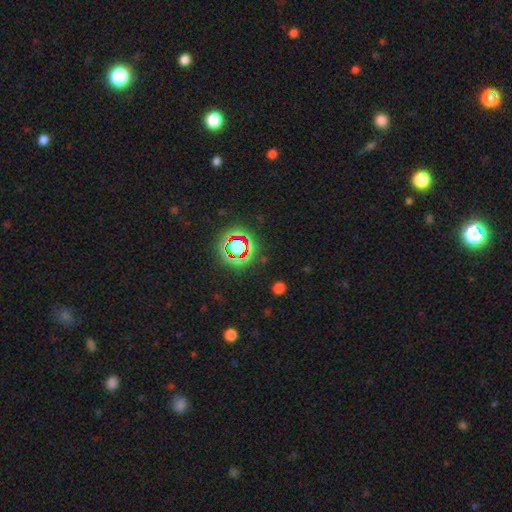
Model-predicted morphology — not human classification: Q: Smooth or featured?
A: star or artifact (76%); runner-up: smooth (16%)